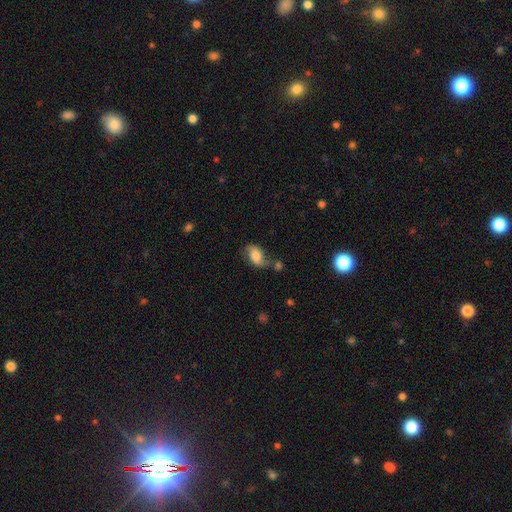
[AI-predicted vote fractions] Q: Smooth or featured?
A: smooth (56%); runner-up: featured or disk (34%)
Q: How rounded?
A: in between (86%); runner-up: round (12%)
Q: Merging?
A: none (46%); runner-up: minor disturbance (25%)